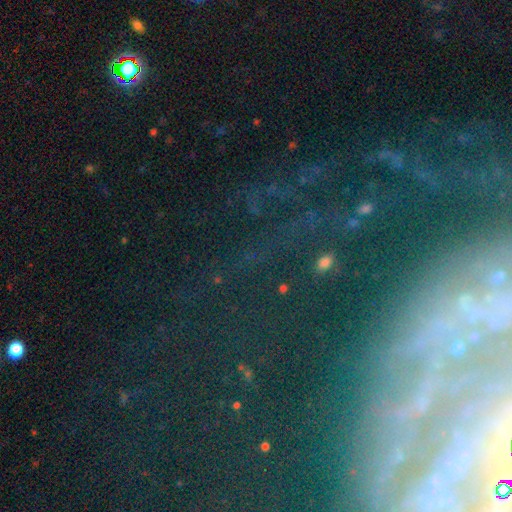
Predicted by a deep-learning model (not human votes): Smooth or featured? featured or disk (42%)
Merging? none (63%)